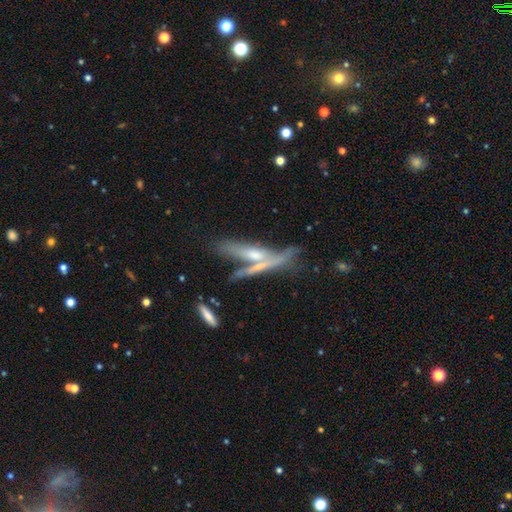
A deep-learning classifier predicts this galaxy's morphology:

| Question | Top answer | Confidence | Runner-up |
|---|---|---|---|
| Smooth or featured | featured or disk | 63% | smooth (29%) |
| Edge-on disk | yes | 81% | no (19%) |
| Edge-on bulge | rounded | 61% | none (29%) |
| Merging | none | 43% | merger (34%) |